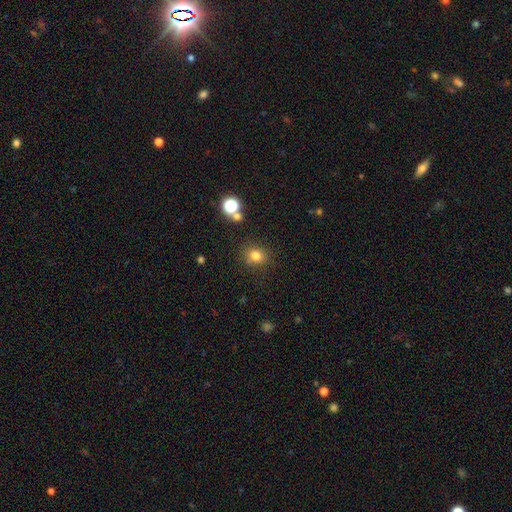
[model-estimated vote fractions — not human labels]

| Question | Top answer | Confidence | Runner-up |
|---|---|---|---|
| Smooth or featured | smooth | 78% | star or artifact (15%) |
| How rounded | round | 72% | in between (27%) |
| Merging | none | 80% | minor disturbance (12%) |